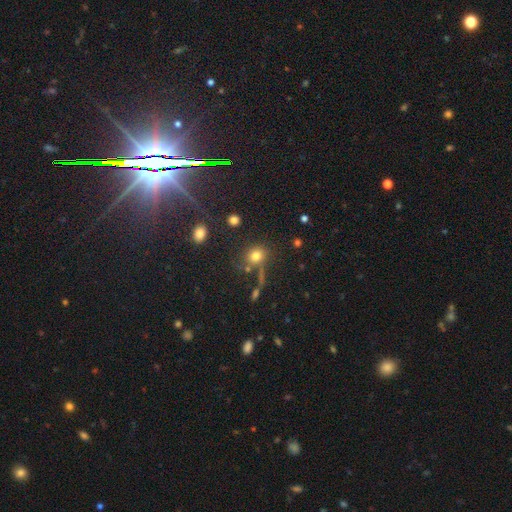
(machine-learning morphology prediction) Smooth or featured? smooth (69%)
How rounded? round (77%)
Merging? none (68%)